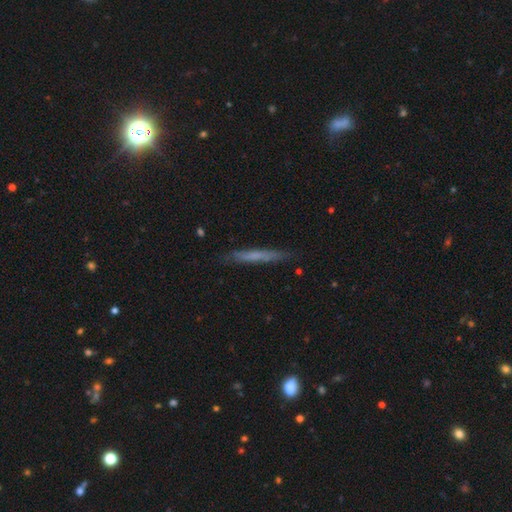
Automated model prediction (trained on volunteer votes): Smooth or featured: smooth — 54% (featured or disk — 39%)
How rounded: cigar-shaped — 96% (in between — 3%)
Merging: none — 86% (minor disturbance — 11%)